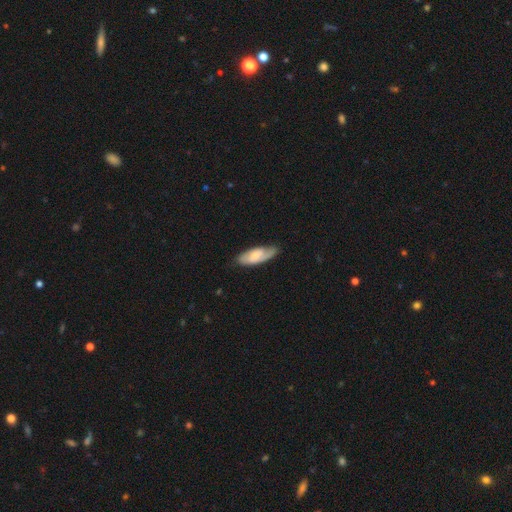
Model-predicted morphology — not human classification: smooth-or-featured: smooth: 48% | featured or disk: 47% | star or artifact: 6%
  merging: none: 72% | minor disturbance: 21% | major disturbance: 5% | merger: 1%